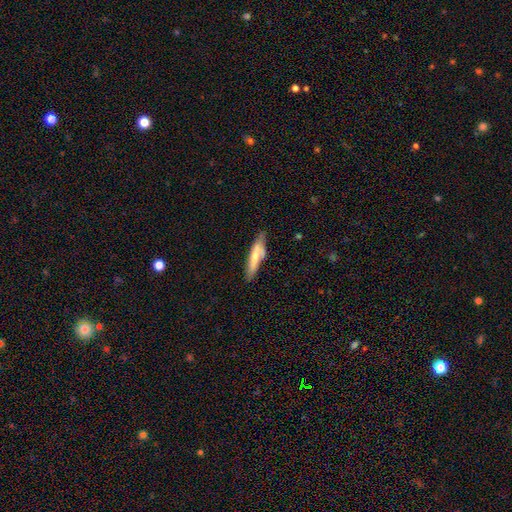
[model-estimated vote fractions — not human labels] Smooth or featured? smooth (63%)
How rounded? cigar-shaped (76%)
Merging? none (60%)